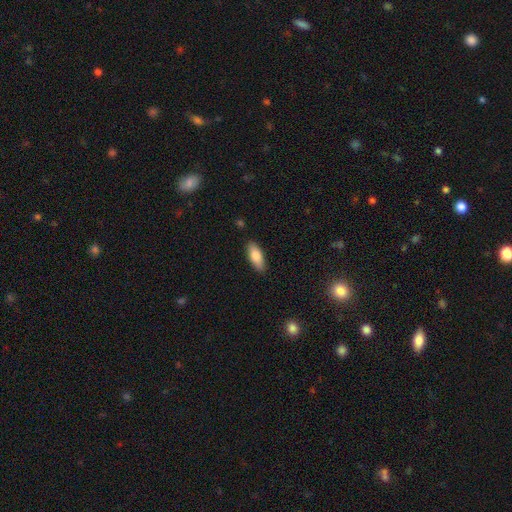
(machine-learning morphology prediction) smooth_or_featured: smooth (p=0.80) [alt: featured or disk p=0.14]
how_rounded: in between (p=0.75) [alt: cigar-shaped p=0.23]
merging: none (p=0.87) [alt: minor disturbance p=0.10]